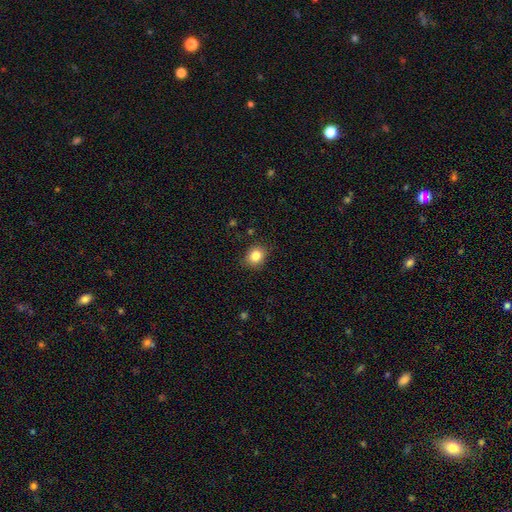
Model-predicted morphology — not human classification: A smooth galaxy with no disk features (83%) that is round (64%).

Vote fractions:
- Smooth or featured? smooth: 83% / star or artifact: 10% / featured or disk: 6%
- How rounded? round: 64% / in between: 35% / cigar-shaped: 1%
- Merging? none: 85% / minor disturbance: 11% / major disturbance: 3% / merger: 1%